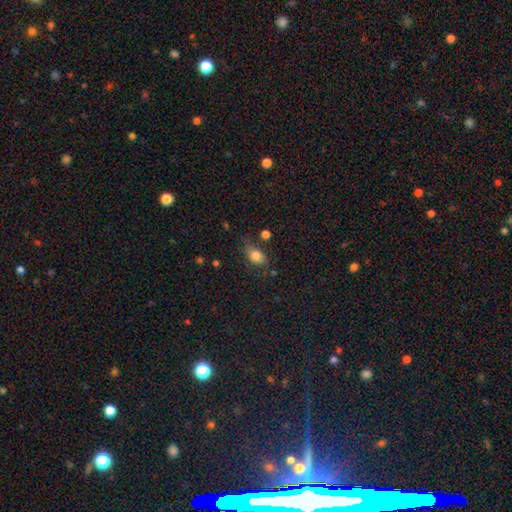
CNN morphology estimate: This is clearly a smooth galaxy (81%). How rounded: likely in between (80%). Merging: likely none (62%).